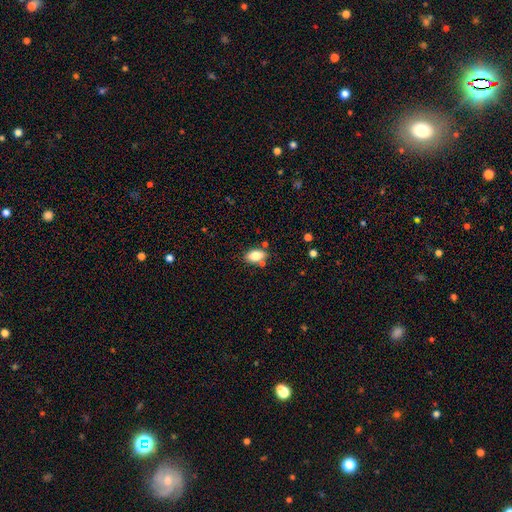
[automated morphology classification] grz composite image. It shows a smooth galaxy with no disk features (80%) that is in between round and cigar-shaped (89%). Merging: none (73%).